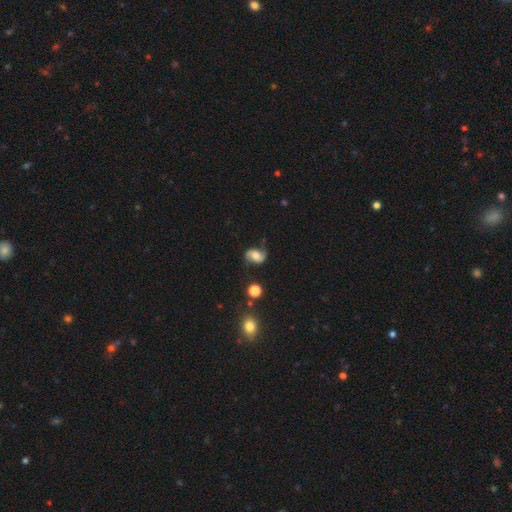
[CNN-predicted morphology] Smooth or featured? Predicted: featured or disk (p=0.63). Edge-on disk? Predicted: no (p=0.97). Bar? Predicted: no (p=0.54). Spiral arms? Predicted: yes (p=0.92). Spiral winding? Predicted: loose (p=0.53). Spiral arm count? Predicted: 2 (p=0.91). Bulge size? Predicted: moderate (p=0.48). Merging? Predicted: none (p=0.73).